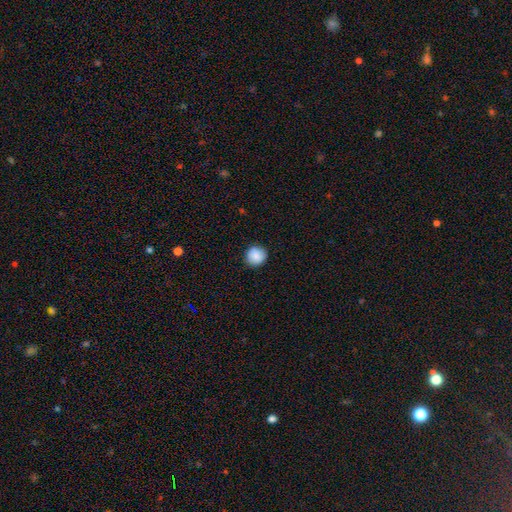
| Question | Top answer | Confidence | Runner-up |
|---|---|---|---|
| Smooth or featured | smooth | 92% | star or artifact (8%) |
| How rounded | round | 91% | in between (9%) |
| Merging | none | 91% | minor disturbance (6%) |